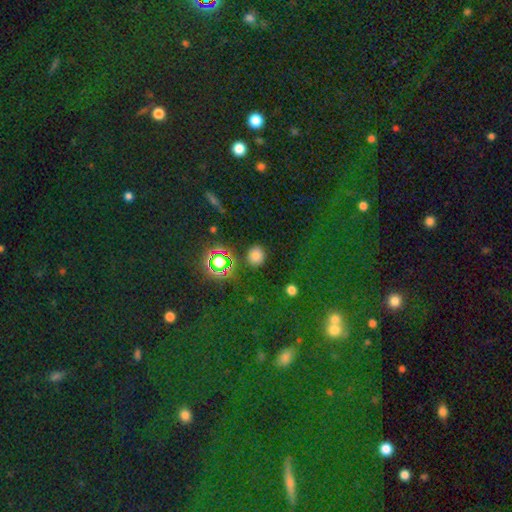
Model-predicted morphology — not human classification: Q: Smooth or featured?
A: smooth (72%); runner-up: star or artifact (23%)
Q: How rounded?
A: round (81%); runner-up: in between (18%)
Q: Merging?
A: none (86%); runner-up: minor disturbance (8%)